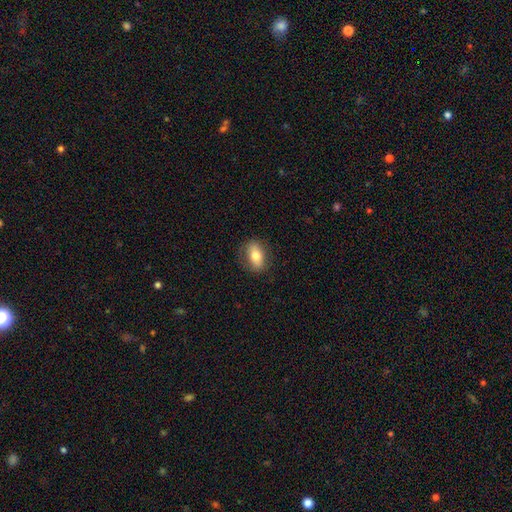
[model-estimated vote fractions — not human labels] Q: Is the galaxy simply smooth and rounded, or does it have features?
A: smooth — 73%.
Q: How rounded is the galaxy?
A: in between — 83%.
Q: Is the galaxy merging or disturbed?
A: none — 83%.